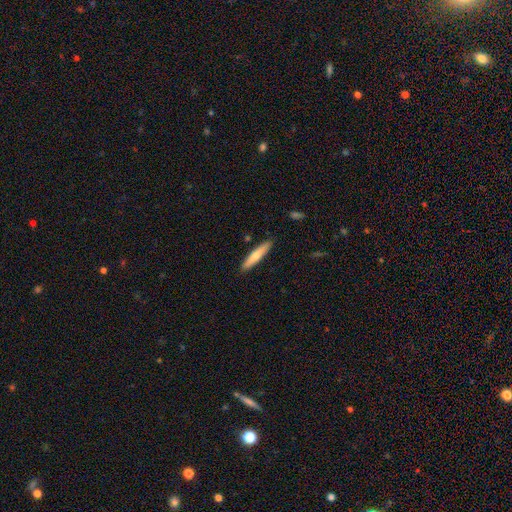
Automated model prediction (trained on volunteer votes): This is likely a smooth galaxy (64%). How rounded: clearly cigar-shaped (88%). Merging: clearly none (90%).